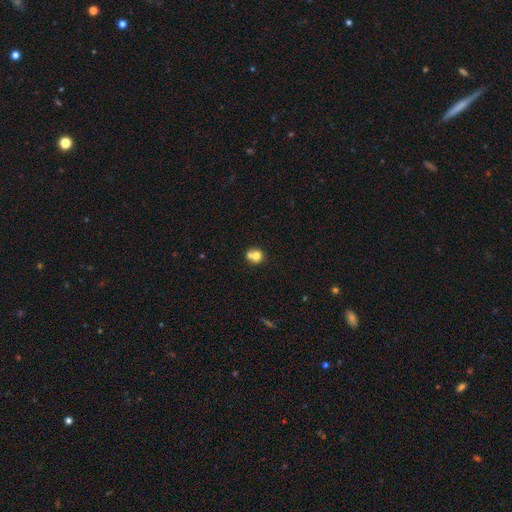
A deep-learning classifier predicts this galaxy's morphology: This is likely a smooth galaxy (72%). How rounded: clearly round (81%). Merging: possibly merger (50%).